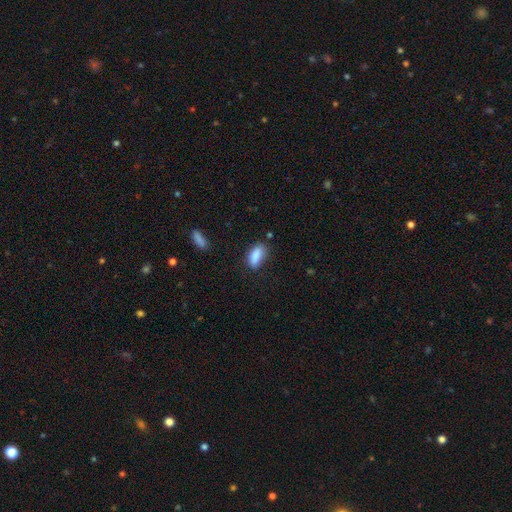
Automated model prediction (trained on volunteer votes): Smooth or featured?
  - smooth: 87% *
  - star or artifact: 7%
  - featured or disk: 5%
How rounded?
  - in between: 88% *
  - cigar-shaped: 8%
  - round: 3%
Merging?
  - none: 70% *
  - minor disturbance: 22%
  - major disturbance: 5%
  - merger: 3%